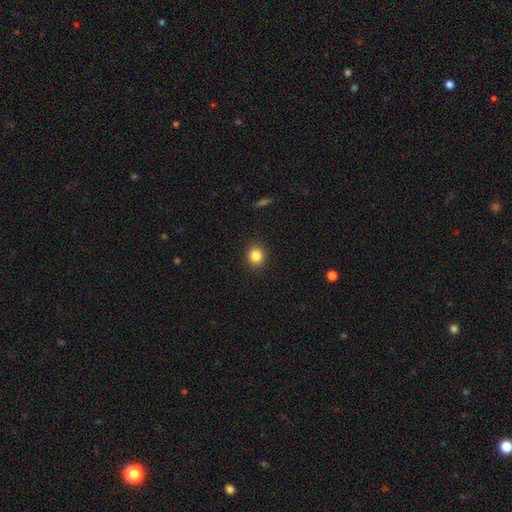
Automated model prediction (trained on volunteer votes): Smooth or featured? Predicted: smooth (p=0.85). How rounded? Predicted: round (p=0.83). Merging? Predicted: none (p=0.91).